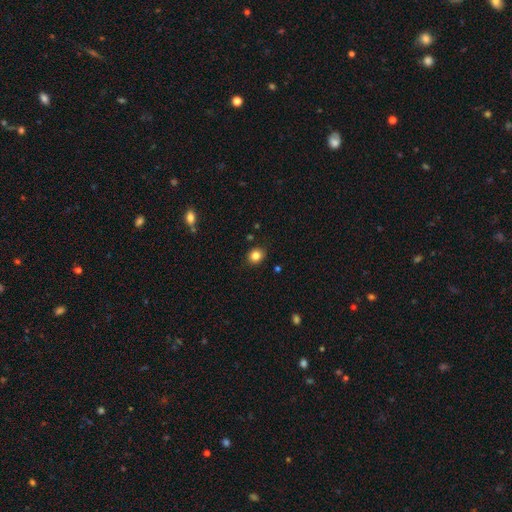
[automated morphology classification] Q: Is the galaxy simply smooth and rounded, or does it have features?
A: smooth — 84%.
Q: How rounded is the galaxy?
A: round — 71%.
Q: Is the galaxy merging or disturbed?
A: none — 88%.